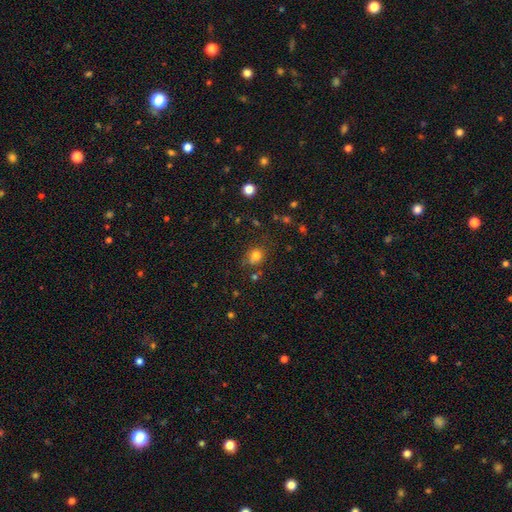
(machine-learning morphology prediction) Smooth or featured: smooth — 76% (star or artifact — 16%)
How rounded: round — 70% (in between — 29%)
Merging: none — 66% (minor disturbance — 18%)